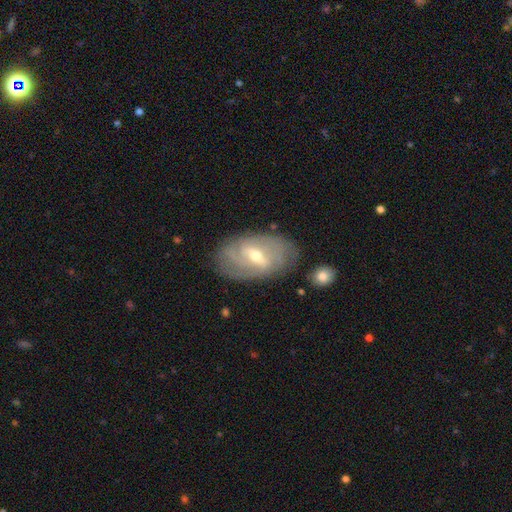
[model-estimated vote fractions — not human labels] smooth_or_featured: featured or disk (p=0.81) [alt: smooth p=0.13]
disk_edge_on: no (p=0.94) [alt: yes p=0.06]
bar: weak (p=0.49) [alt: strong p=0.39]
has_spiral_arms: yes (p=0.88) [alt: no p=0.12]
spiral_winding: tight (p=0.56) [alt: medium p=0.32]
spiral_arm_count: can't tell (p=0.36) [alt: 2 p=0.34]
bulge_size: moderate (p=0.55) [alt: small p=0.41]
merging: none (p=0.78) [alt: minor disturbance p=0.15]